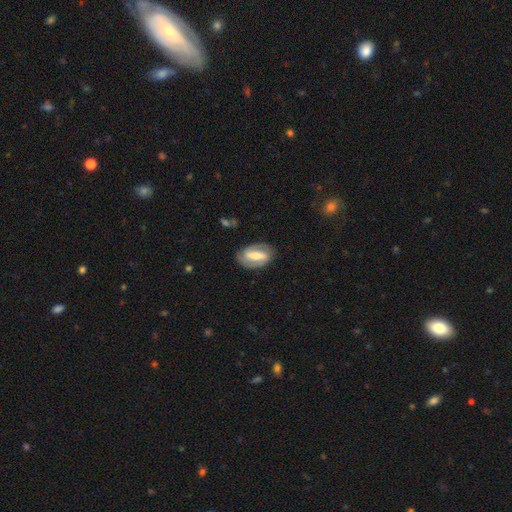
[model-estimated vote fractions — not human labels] Smooth or featured? Predicted: featured or disk (p=0.67). Edge-on disk? Predicted: no (p=0.94). Bar? Predicted: strong (p=0.61). Spiral arms? Predicted: yes (p=0.78). Bulge size? Predicted: moderate (p=0.42). Merging? Predicted: none (p=0.79).